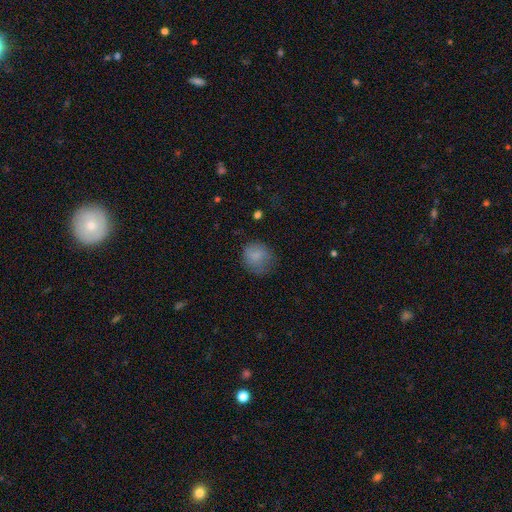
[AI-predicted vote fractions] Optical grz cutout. It shows a smooth galaxy with no disk features (81%) that is round (75%). Merging: none (63%).